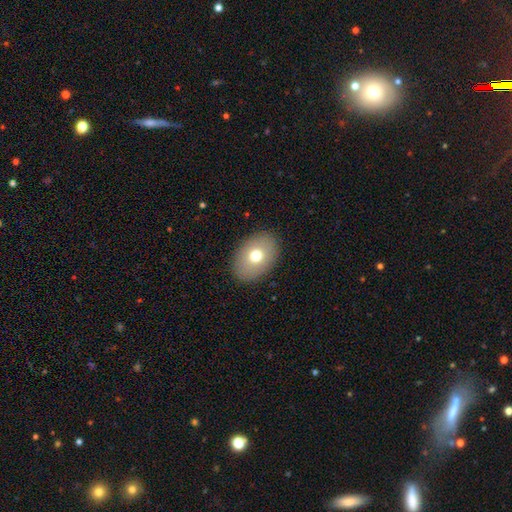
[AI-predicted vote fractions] Morphology: type=smooth (73%); roundness=in between (81%); merging=none (88%).